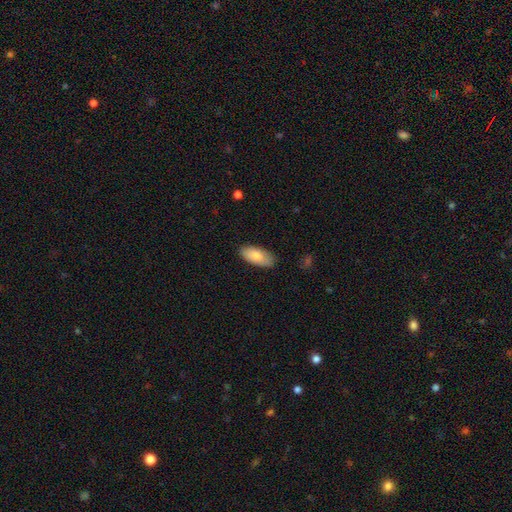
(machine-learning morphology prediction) The model was most divided on "merging": none: 83%, minor disturbance: 14%, major disturbance: 2%, merger: 1%. More confident: how rounded — in between (90%); smooth or featured — smooth (85%).